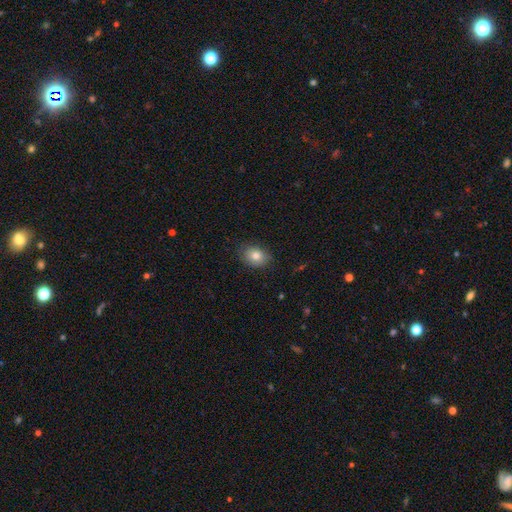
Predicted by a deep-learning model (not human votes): The model was most divided on "how rounded": in between: 62%, round: 37%, cigar-shaped: 1%. More confident: merging — none (82%); smooth or featured — smooth (81%).